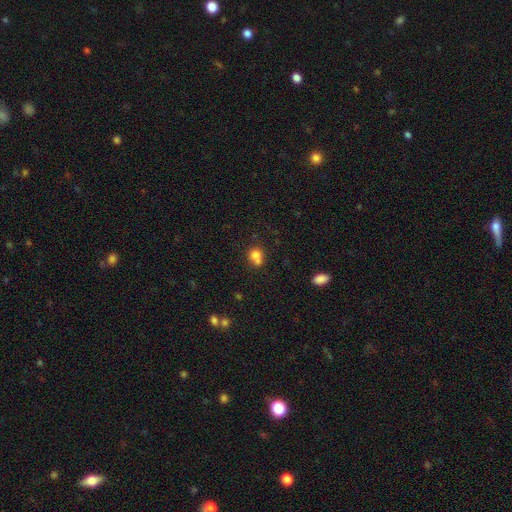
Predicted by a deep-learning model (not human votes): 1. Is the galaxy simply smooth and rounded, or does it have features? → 75% smooth, 12% star or artifact, 12% featured or disk.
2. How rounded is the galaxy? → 72% round, 27% in between, 1% cigar-shaped.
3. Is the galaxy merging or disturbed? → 46% merger, 38% none, 11% minor disturbance, 5% major disturbance.